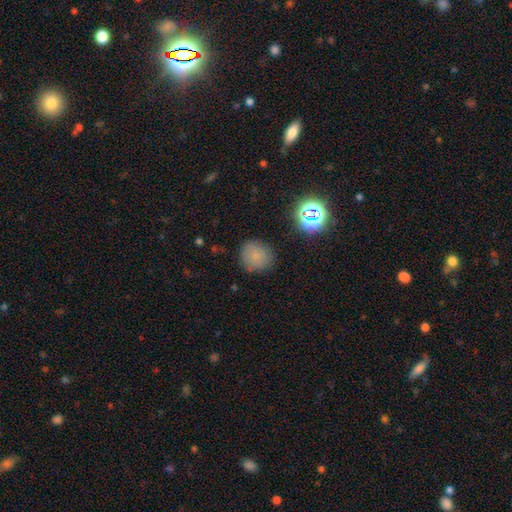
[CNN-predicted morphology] The model was most divided on "smooth or featured": smooth: 74%, star or artifact: 17%, featured or disk: 8%. More confident: how rounded — round (86%); merging — none (82%).